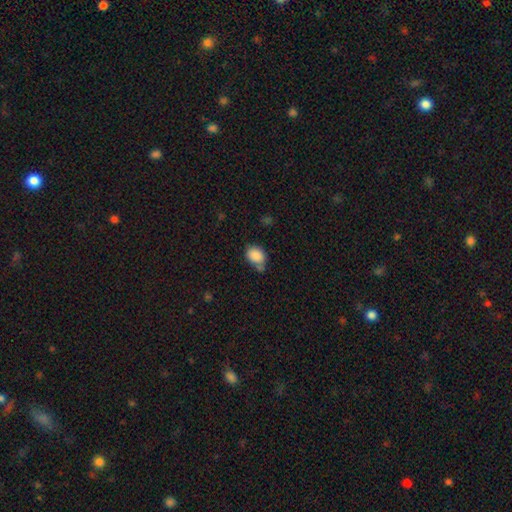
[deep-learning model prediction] The model was most divided on "merging": none: 53%, minor disturbance: 26%, merger: 14%, major disturbance: 7%. More confident: smooth or featured — smooth (87%); how rounded — in between (67%).